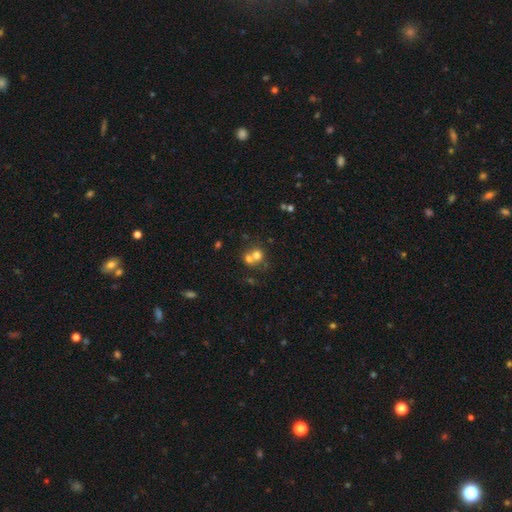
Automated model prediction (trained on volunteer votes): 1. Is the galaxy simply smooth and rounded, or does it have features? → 66% smooth, 20% featured or disk, 14% star or artifact.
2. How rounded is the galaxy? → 82% round, 17% in between, 1% cigar-shaped.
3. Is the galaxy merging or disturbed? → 58% merger, 34% none, 6% minor disturbance, 3% major disturbance.